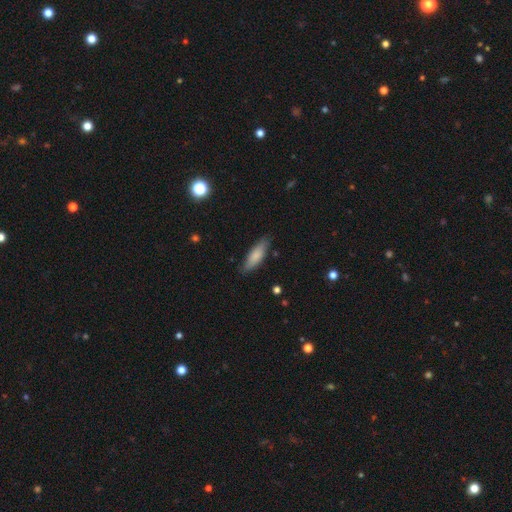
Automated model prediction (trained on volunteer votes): A smooth galaxy with no disk features (80%) that is cigar-shaped (50%).

Vote fractions:
- Smooth or featured? smooth: 80% / featured or disk: 14% / star or artifact: 6%
- How rounded? cigar-shaped: 50% / in between: 48% / round: 2%
- Merging? none: 81% / minor disturbance: 15% / major disturbance: 3% / merger: 1%